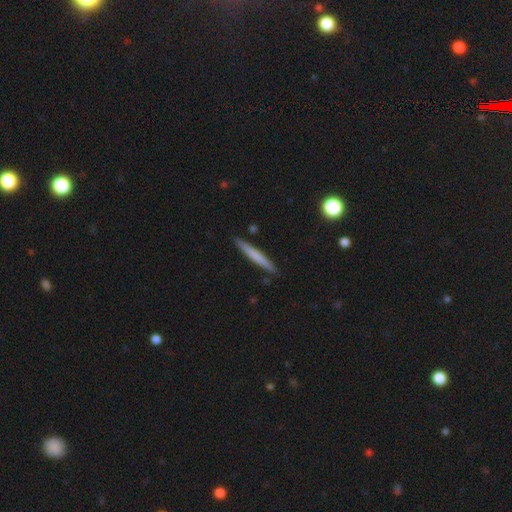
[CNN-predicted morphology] smooth 64%, featured or disk 31%, star or artifact 6%. Down the decision tree: how rounded — cigar-shaped (96%); merging — none (89%).